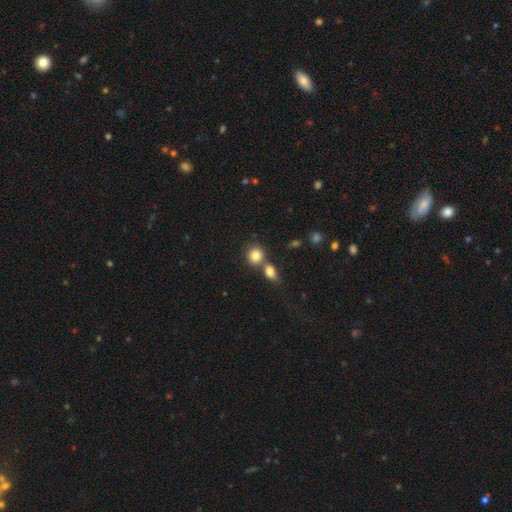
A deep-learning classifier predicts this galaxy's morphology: type=smooth (83%); roundness=round (79%); merging=none (53%).